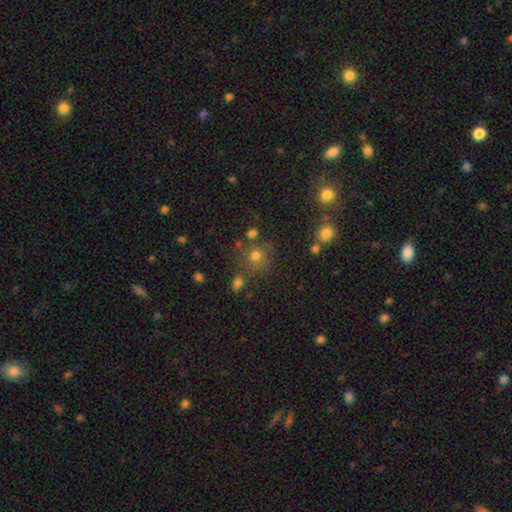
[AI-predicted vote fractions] Smooth or featured? smooth (70%)
How rounded? round (87%)
Merging? none (70%)